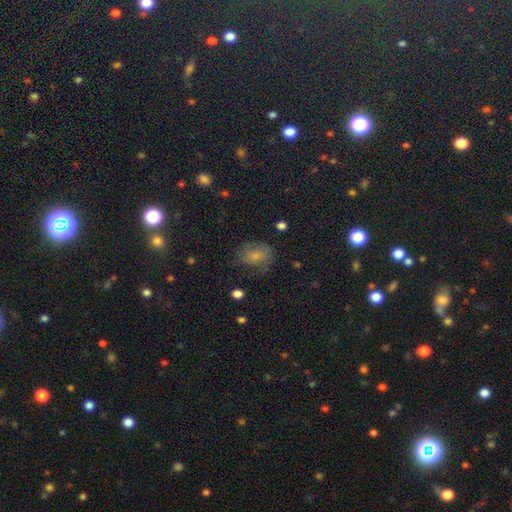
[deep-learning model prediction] A smooth galaxy with no disk features (64%) that is in between round and cigar-shaped (54%). Merging: none (58%).